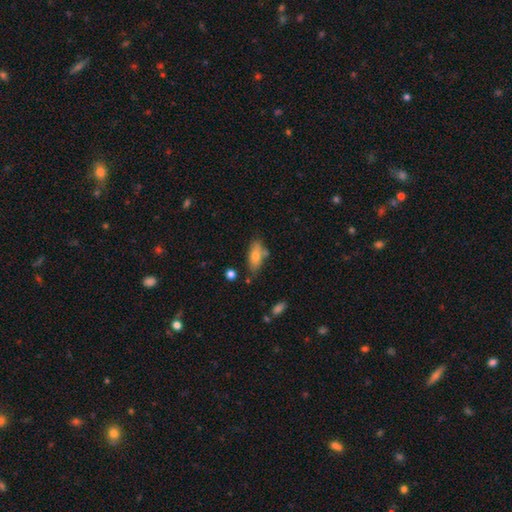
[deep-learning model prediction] Q: Smooth or featured?
A: smooth (74%); runner-up: featured or disk (19%)
Q: How rounded?
A: in between (79%); runner-up: cigar-shaped (18%)
Q: Merging?
A: none (64%); runner-up: minor disturbance (20%)